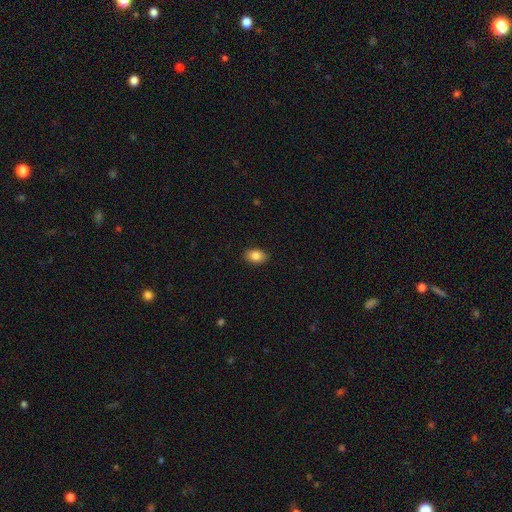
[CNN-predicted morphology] Q: Smooth or featured?
A: smooth (85%); runner-up: star or artifact (8%)
Q: How rounded?
A: in between (87%); runner-up: round (12%)
Q: Merging?
A: none (89%); runner-up: minor disturbance (8%)